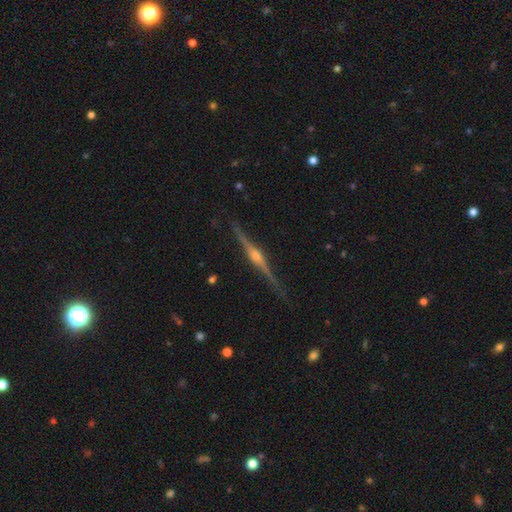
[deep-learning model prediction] smooth_or_featured: featured or disk (p=0.88) [alt: smooth p=0.07]
disk_edge_on: yes (p=0.98) [alt: no p=0.02]
edge_on_bulge: rounded (p=0.89) [alt: boxy p=0.07]
merging: none (p=0.88) [alt: minor disturbance p=0.09]